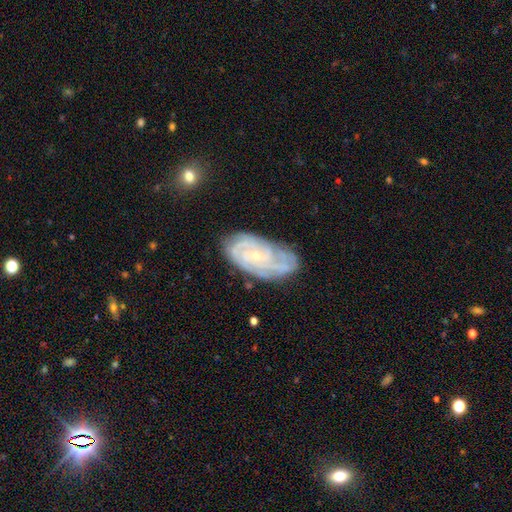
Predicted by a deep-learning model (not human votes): Smooth or featured? Predicted: featured or disk (p=0.81). Edge-on disk? Predicted: no (p=0.95). Bar? Predicted: no (p=0.72). Spiral arms? Predicted: yes (p=0.95). Spiral winding? Predicted: tight (p=0.70). Spiral arm count? Predicted: can't tell (p=0.32). Bulge size? Predicted: small (p=0.79). Merging? Predicted: none (p=0.71).